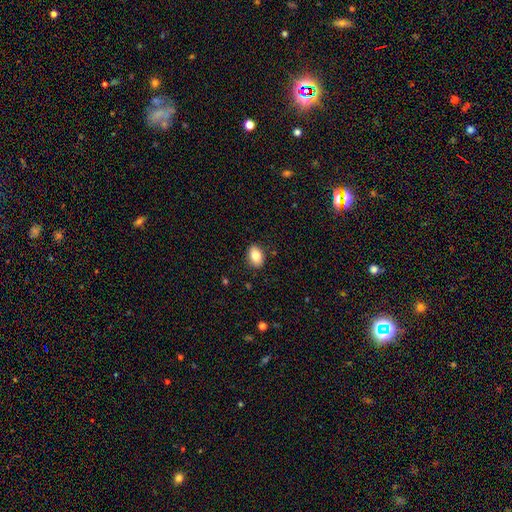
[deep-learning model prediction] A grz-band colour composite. It shows a smooth galaxy with no disk features (83%) that is in between round and cigar-shaped (82%). Merging: none (88%).